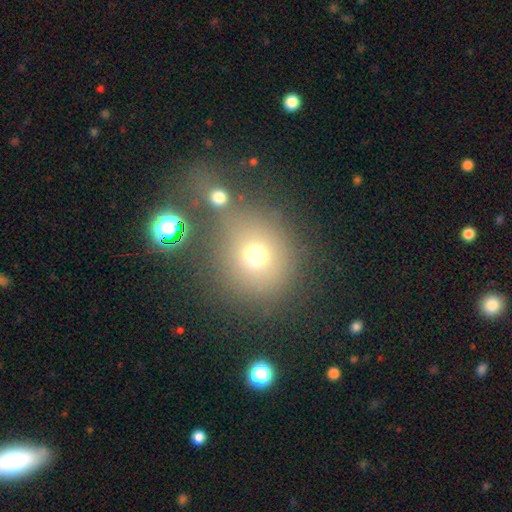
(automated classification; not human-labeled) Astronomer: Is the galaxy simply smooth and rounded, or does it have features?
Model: smooth — 70%.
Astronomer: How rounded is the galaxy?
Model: round — 83%.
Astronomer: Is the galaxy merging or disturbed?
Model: none — 68%.